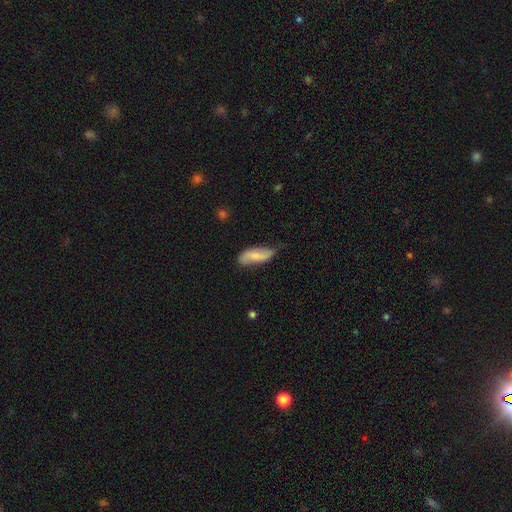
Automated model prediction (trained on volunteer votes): Smooth or featured: smooth — 60% (featured or disk — 33%)
How rounded: in between — 75% (cigar-shaped — 23%)
Merging: none — 63% (minor disturbance — 29%)